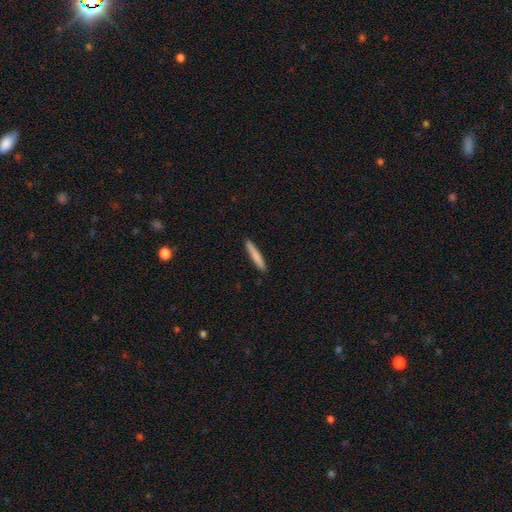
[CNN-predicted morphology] Smooth or featured? smooth (82%)
How rounded? cigar-shaped (94%)
Merging? none (92%)